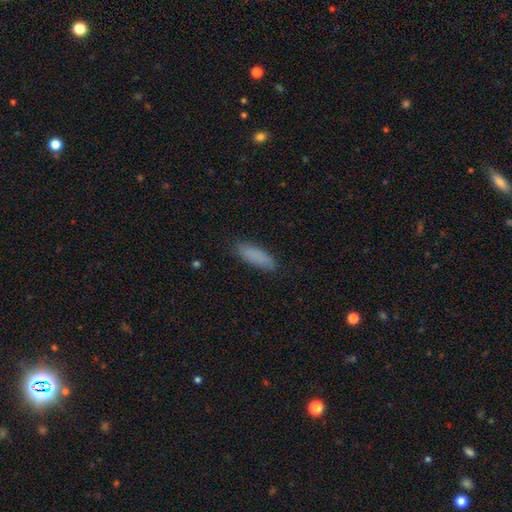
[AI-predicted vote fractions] A smooth galaxy with no disk features (86%) that is cigar-shaped (50%). Merging: none (85%).